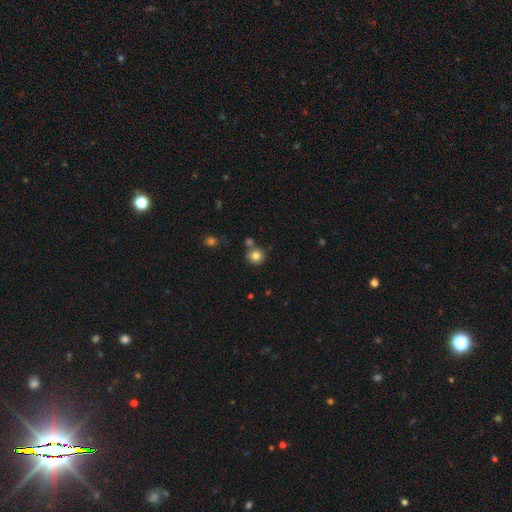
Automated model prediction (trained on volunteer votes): smooth-or-featured: smooth: 81% | star or artifact: 11% | featured or disk: 8%
  how-rounded: round: 91% | in between: 8% | cigar-shaped: 1%
  merging: none: 73% | merger: 15% | minor disturbance: 10% | major disturbance: 3%